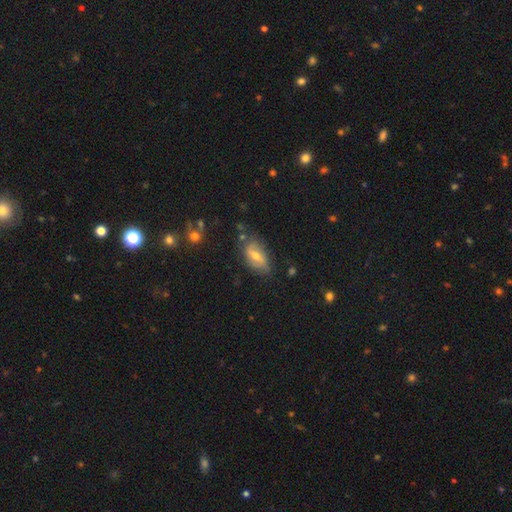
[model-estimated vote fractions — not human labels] Smooth or featured? featured or disk (52%)
Edge-on disk? no (88%)
Merging? none (66%)